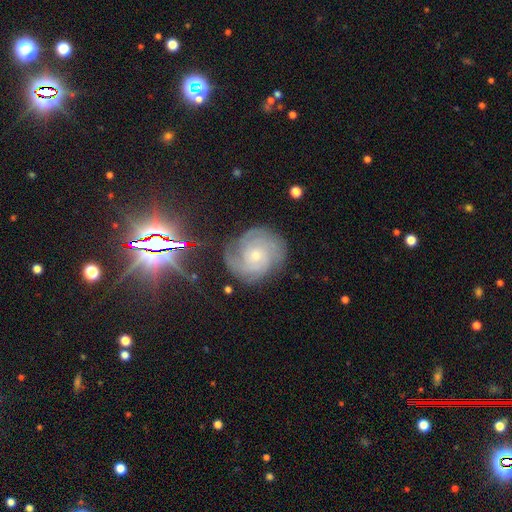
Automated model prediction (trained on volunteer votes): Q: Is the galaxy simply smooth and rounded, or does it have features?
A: featured or disk — 79%.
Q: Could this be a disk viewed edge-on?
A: no — 97%.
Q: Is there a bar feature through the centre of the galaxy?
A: no — 80%.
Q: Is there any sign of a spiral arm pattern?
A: yes — 96%.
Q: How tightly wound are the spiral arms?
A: tight — 70%.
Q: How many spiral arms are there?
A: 3 — 32%.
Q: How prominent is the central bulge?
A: small — 69%.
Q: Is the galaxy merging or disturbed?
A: none — 77%.